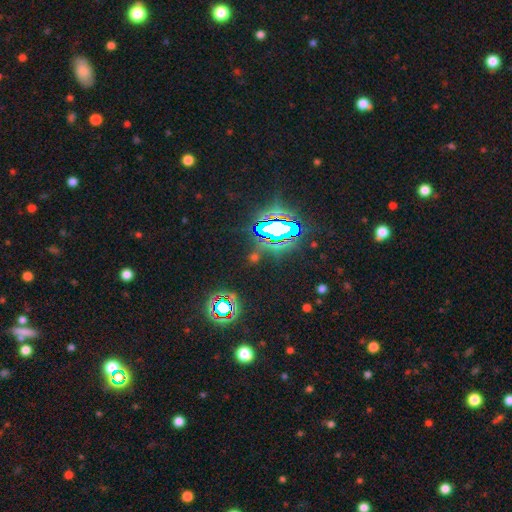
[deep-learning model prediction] Smooth or featured? star or artifact (77%)